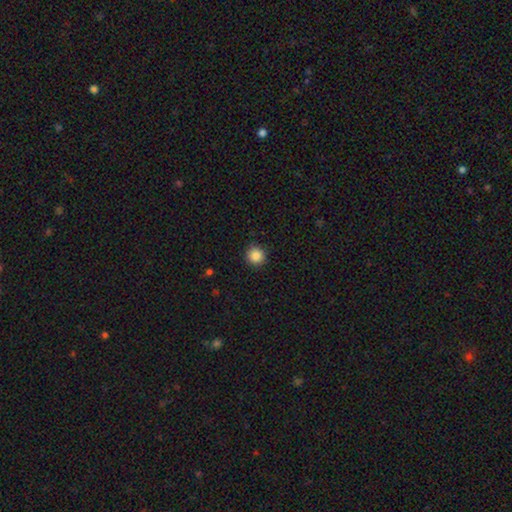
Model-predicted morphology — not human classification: Smooth or featured: smooth — 85% (star or artifact — 10%)
How rounded: round — 94% (in between — 5%)
Merging: none — 90% (minor disturbance — 7%)